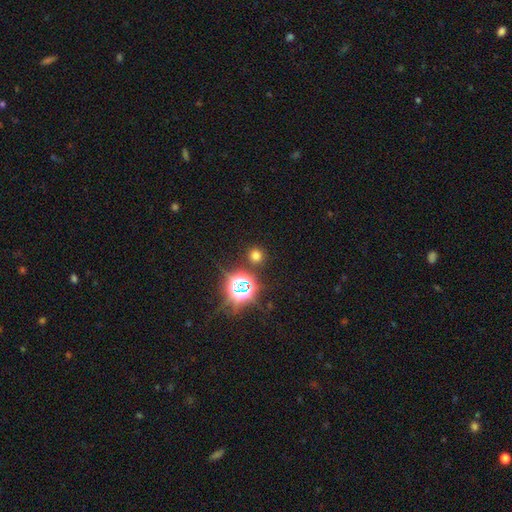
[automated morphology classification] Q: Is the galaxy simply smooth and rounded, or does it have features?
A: smooth — 63%.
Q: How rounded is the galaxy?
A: round — 89%.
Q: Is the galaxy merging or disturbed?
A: none — 87%.